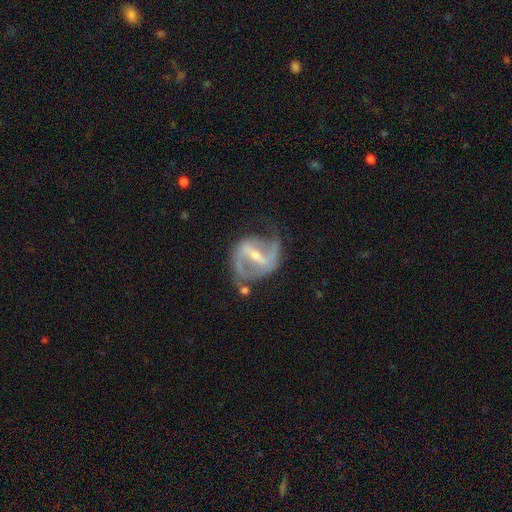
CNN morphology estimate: This appears to be a featured or disk galaxy (88%) with a strong bar (61%), 2 (86%) medium (49%) spiral arms (92%) and a small central bulge (56%). Merging: none (59%).